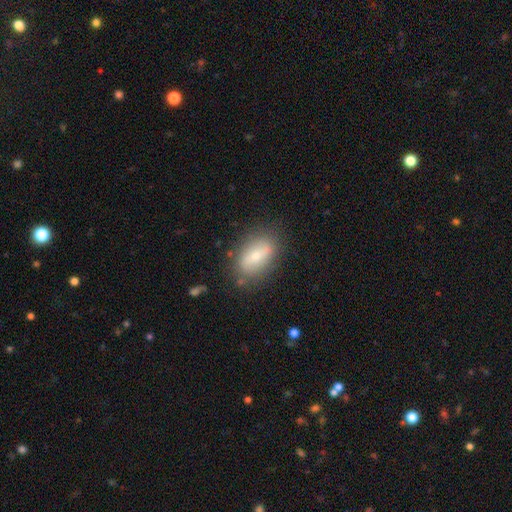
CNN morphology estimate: type=smooth (57%); roundness=in between (86%); merging=none (79%).